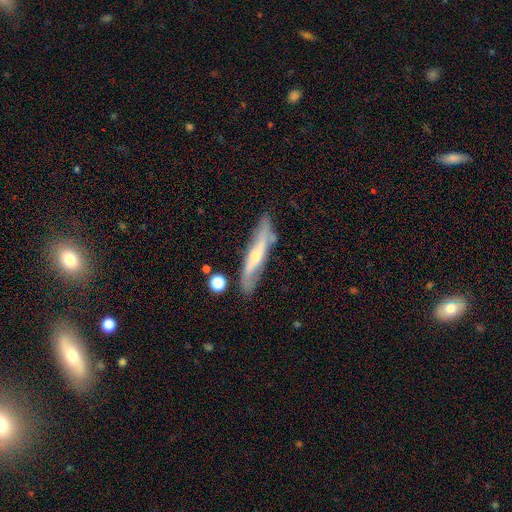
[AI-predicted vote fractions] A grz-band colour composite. It shows a featured or disk galaxy (63%) viewed edge-on (67%). Merging: none (72%).